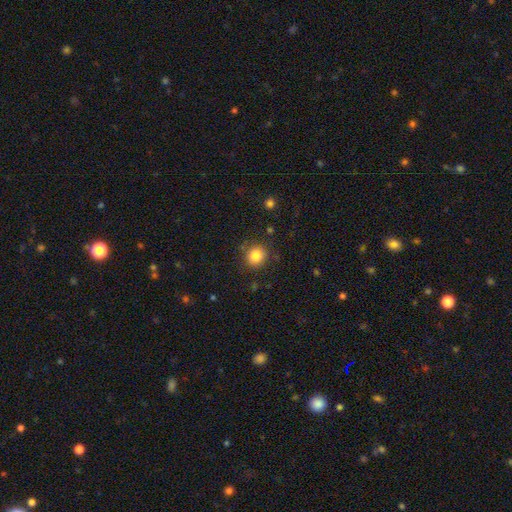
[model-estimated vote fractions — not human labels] Smooth or featured: smooth — 84% (star or artifact — 11%)
How rounded: round — 88% (in between — 11%)
Merging: none — 86% (minor disturbance — 9%)